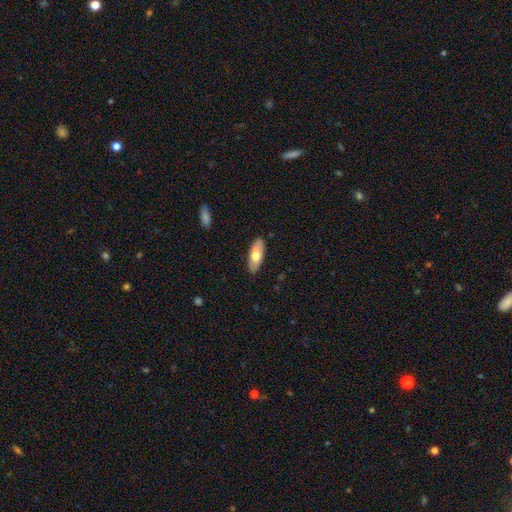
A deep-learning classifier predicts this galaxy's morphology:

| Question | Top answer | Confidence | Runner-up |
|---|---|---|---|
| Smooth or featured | smooth | 58% | featured or disk (36%) |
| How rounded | in between | 77% | cigar-shaped (21%) |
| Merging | none | 79% | minor disturbance (13%) |